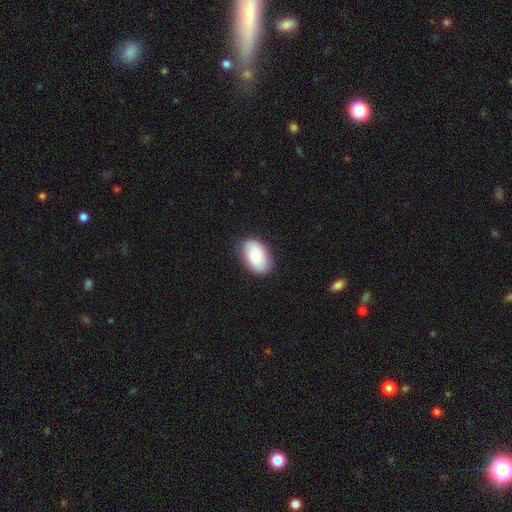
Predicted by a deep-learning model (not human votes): A smooth galaxy with no disk features (82%) that is in between round and cigar-shaped (92%). Merging: none (85%).